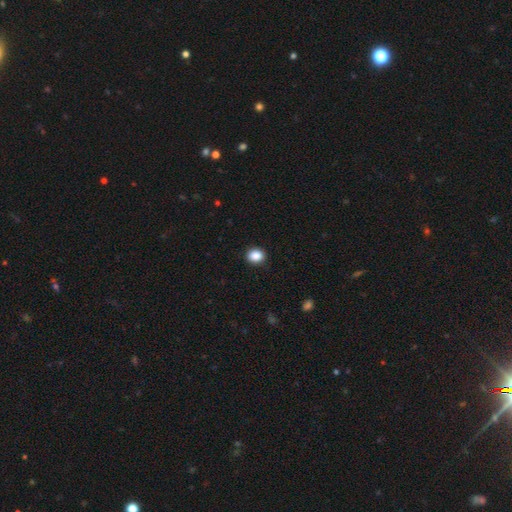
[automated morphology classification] Q: Smooth or featured?
A: smooth (89%); runner-up: star or artifact (9%)
Q: How rounded?
A: round (56%); runner-up: in between (43%)
Q: Merging?
A: none (90%); runner-up: minor disturbance (7%)